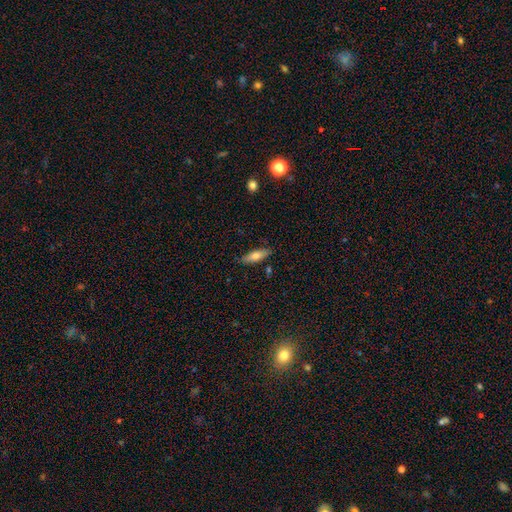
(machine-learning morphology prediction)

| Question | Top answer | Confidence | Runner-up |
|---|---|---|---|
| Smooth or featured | smooth | 70% | featured or disk (23%) |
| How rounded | in between | 50% | cigar-shaped (48%) |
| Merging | none | 83% | minor disturbance (12%) |